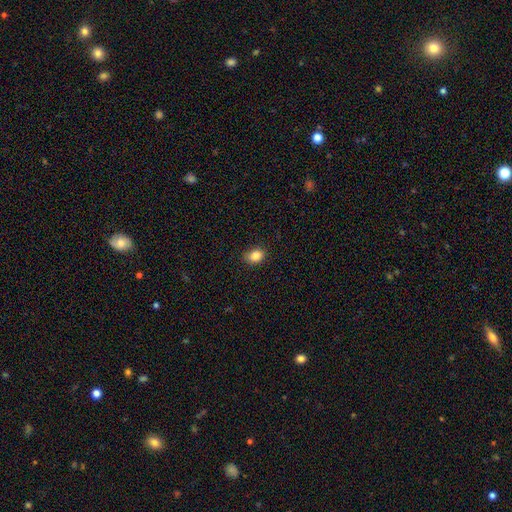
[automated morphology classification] A smooth galaxy with no disk features (85%) that is in between round and cigar-shaped (67%). Merging: none (86%).